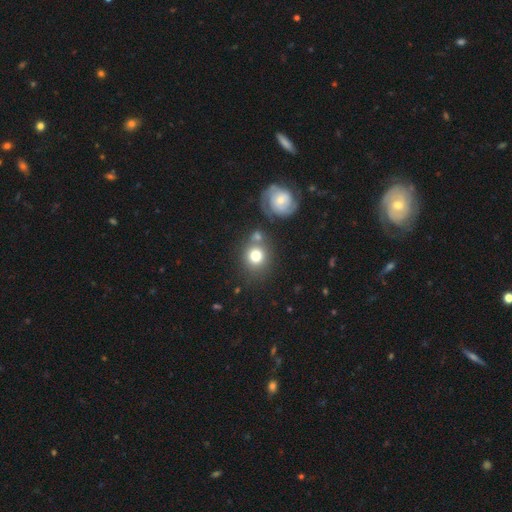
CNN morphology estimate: type=smooth (75%); roundness=round (78%); merging=none (55%).